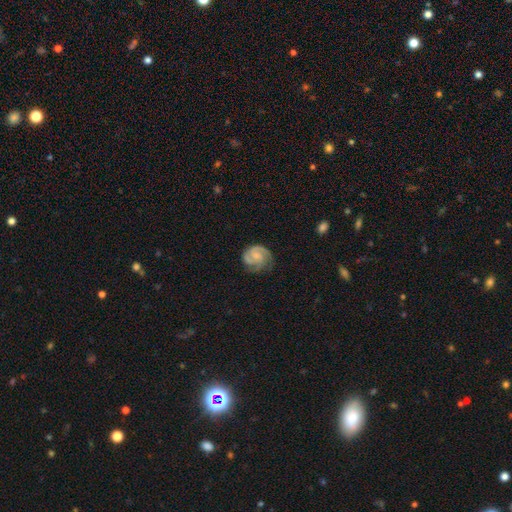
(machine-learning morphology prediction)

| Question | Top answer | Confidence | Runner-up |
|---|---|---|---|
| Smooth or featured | featured or disk | 79% | smooth (15%) |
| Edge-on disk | no | 98% | yes (2%) |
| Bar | no | 65% | weak (30%) |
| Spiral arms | yes | 97% | no (3%) |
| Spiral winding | tight | 56% | medium (37%) |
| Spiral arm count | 3 | 41% | 2 (35%) |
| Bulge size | small | 50% | none (24%) |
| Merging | none | 71% | minor disturbance (20%) |